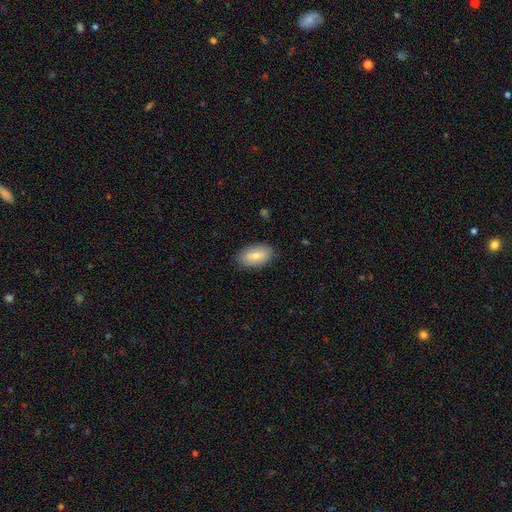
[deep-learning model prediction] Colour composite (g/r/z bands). It shows a smooth galaxy with no disk features (73%) that is in between round and cigar-shaped (93%). Merging: none (86%).